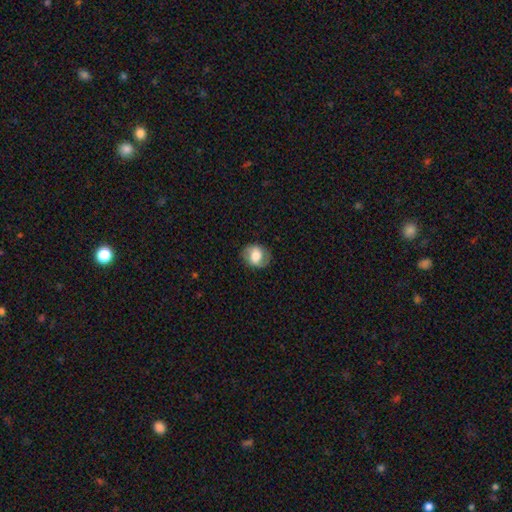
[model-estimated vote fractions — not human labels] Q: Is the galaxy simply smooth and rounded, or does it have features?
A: smooth — 48%.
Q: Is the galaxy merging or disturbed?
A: none — 81%.